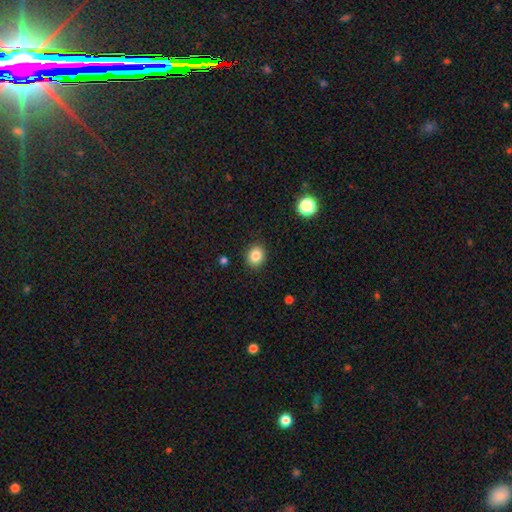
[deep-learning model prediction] A smooth galaxy with no disk features (85%) that is round (68%).

Vote fractions:
- Smooth or featured? smooth: 85% / star or artifact: 10% / featured or disk: 5%
- How rounded? round: 68% / in between: 31% / cigar-shaped: 1%
- Merging? none: 90% / minor disturbance: 7% / major disturbance: 2% / merger: 1%